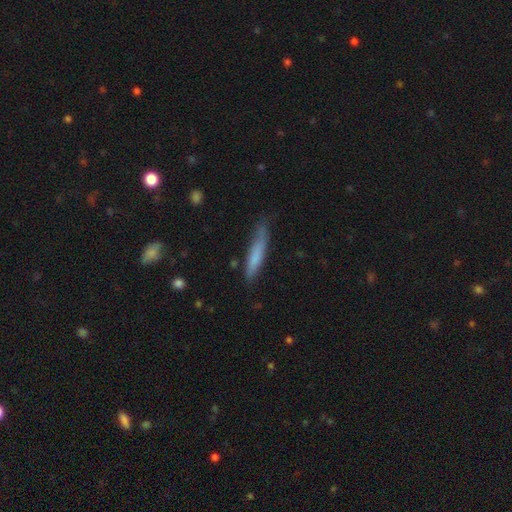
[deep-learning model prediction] Smooth or featured: smooth — 73% (featured or disk — 21%)
How rounded: cigar-shaped — 90% (in between — 9%)
Merging: none — 70% (minor disturbance — 23%)